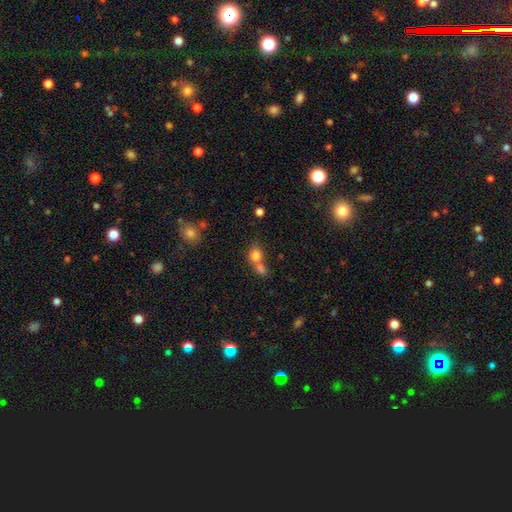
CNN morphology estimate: Smooth or featured?
  - smooth: 78% *
  - star or artifact: 12%
  - featured or disk: 11%
How rounded?
  - round: 62% *
  - in between: 37%
  - cigar-shaped: 2%
Merging?
  - merger: 57% *
  - none: 32%
  - minor disturbance: 7%
  - major disturbance: 4%